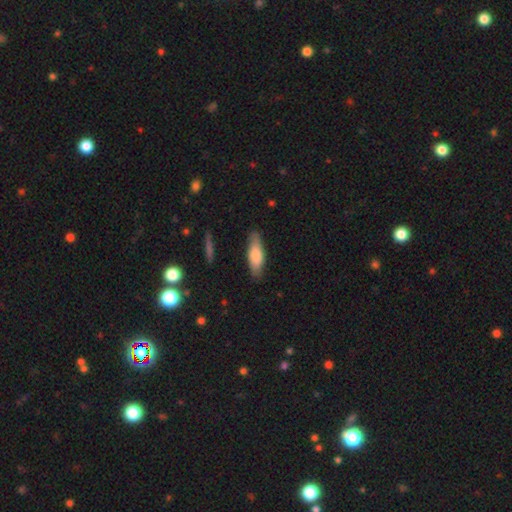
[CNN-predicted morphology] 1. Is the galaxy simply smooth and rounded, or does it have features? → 76% smooth, 18% featured or disk, 6% star or artifact.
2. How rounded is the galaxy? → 58% in between, 40% cigar-shaped, 2% round.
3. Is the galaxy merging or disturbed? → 80% none, 15% minor disturbance, 3% major disturbance, 1% merger.